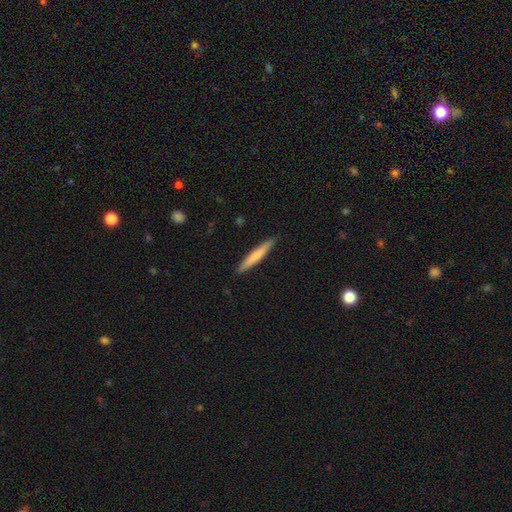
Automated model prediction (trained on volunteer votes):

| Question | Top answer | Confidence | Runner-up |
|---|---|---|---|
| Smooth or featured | smooth | 68% | featured or disk (27%) |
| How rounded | cigar-shaped | 95% | in between (4%) |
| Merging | none | 91% | minor disturbance (7%) |